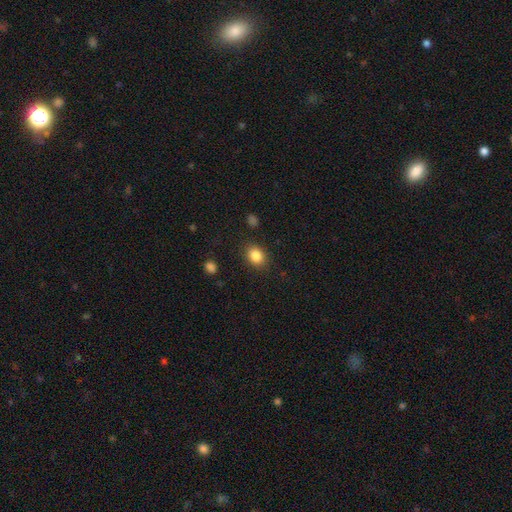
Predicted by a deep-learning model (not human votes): smooth 85%, star or artifact 10%, featured or disk 6%. Down the decision tree: how rounded — in between (55%); merging — none (86%).